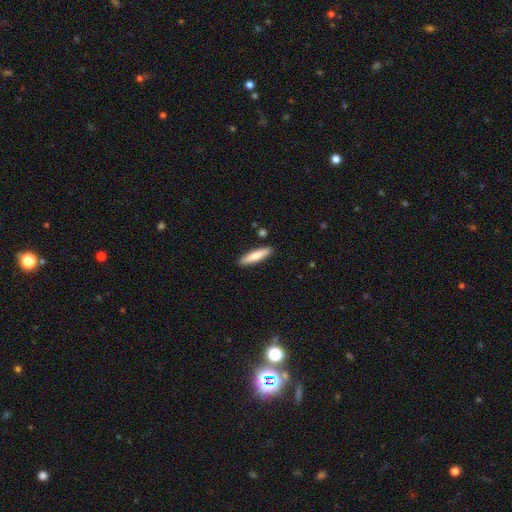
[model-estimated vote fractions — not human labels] A smooth galaxy with no disk features (74%) that is cigar-shaped (81%). Merging: none (89%).